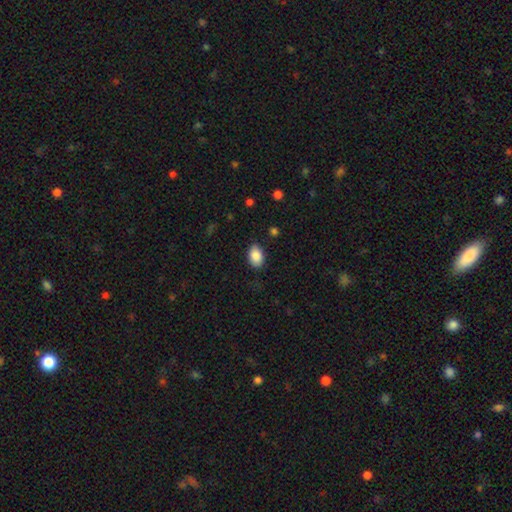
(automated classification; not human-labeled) Overall: smooth (88%). How rounded: in between (85%). Merging: none (82%).